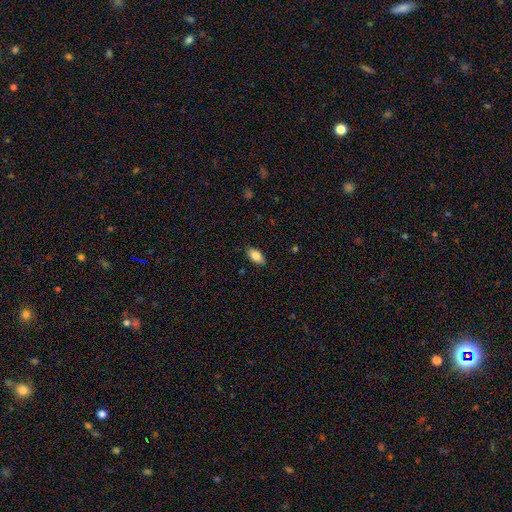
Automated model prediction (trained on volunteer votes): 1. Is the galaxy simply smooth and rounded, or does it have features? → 85% smooth, 8% featured or disk, 7% star or artifact.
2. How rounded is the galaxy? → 92% in between, 4% round, 4% cigar-shaped.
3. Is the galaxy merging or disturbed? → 87% none, 10% minor disturbance, 2% major disturbance, 1% merger.